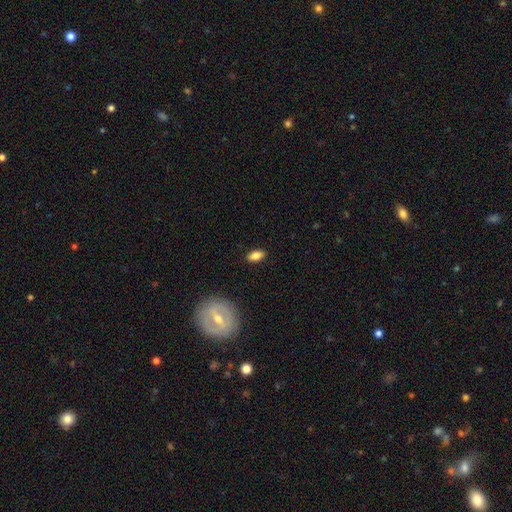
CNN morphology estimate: smooth 80%, featured or disk 11%, star or artifact 8%. Down the decision tree: how rounded — in between (87%); merging — none (88%).